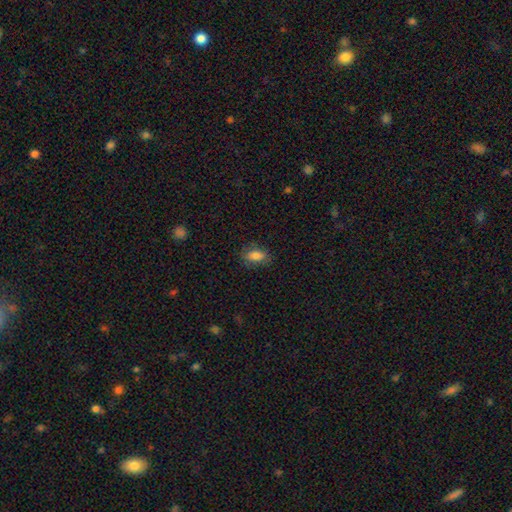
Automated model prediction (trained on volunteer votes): Smooth or featured? Predicted: smooth (p=0.82). How rounded? Predicted: in between (p=0.86). Merging? Predicted: none (p=0.80).